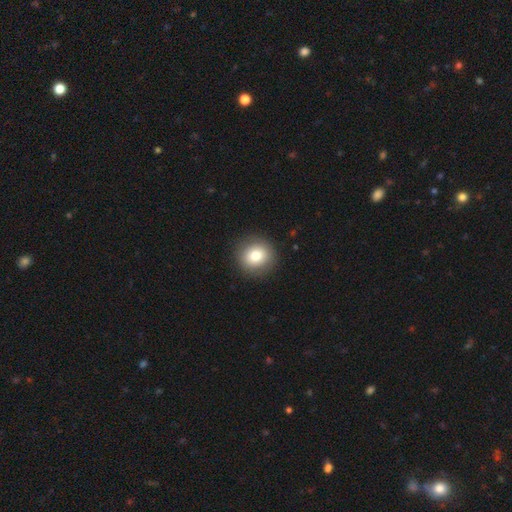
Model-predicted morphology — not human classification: Q: Smooth or featured?
A: smooth (79%); runner-up: featured or disk (11%)
Q: How rounded?
A: round (91%); runner-up: in between (8%)
Q: Merging?
A: none (90%); runner-up: minor disturbance (6%)